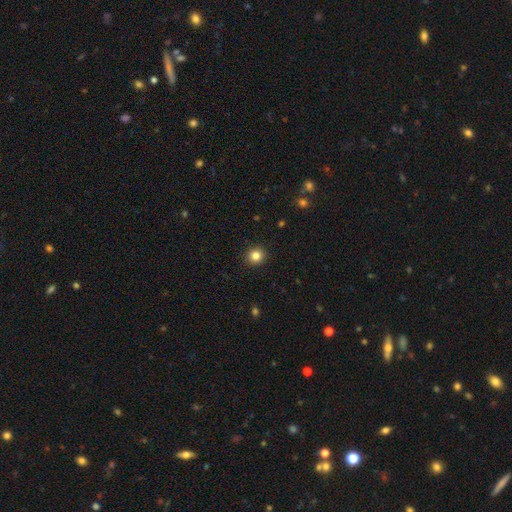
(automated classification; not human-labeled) Smooth or featured?
  - smooth: 83% *
  - star or artifact: 12%
  - featured or disk: 5%
How rounded?
  - round: 92% *
  - in between: 7%
  - cigar-shaped: 1%
Merging?
  - none: 93% *
  - minor disturbance: 5%
  - major disturbance: 2%
  - merger: 1%